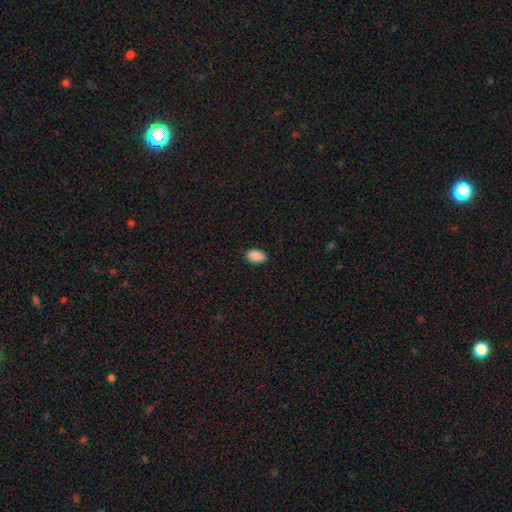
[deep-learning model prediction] Smooth or featured?
  - smooth: 90% *
  - star or artifact: 7%
  - featured or disk: 3%
How rounded?
  - in between: 91% *
  - round: 7%
  - cigar-shaped: 1%
Merging?
  - none: 88% *
  - minor disturbance: 9%
  - major disturbance: 2%
  - merger: 1%